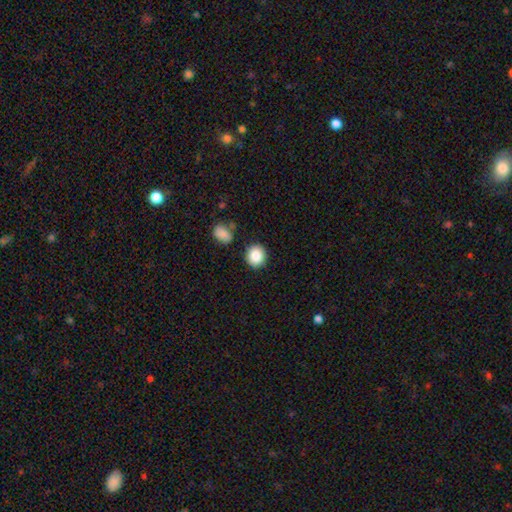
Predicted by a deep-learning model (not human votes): The model was most divided on "how rounded": round: 83%, in between: 16%, cigar-shaped: 1%. More confident: smooth or featured — smooth (87%); merging — none (86%).